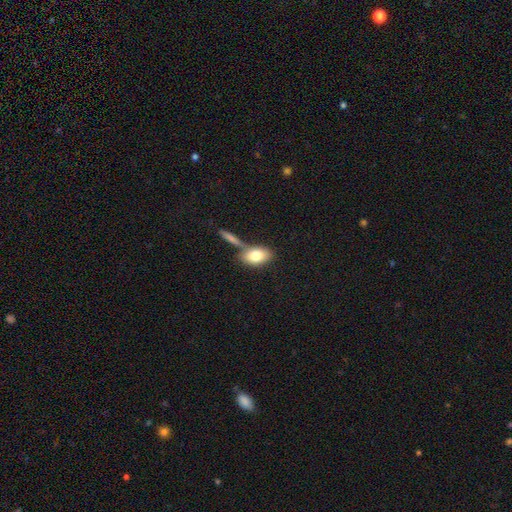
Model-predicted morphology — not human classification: A smooth galaxy with no disk features (79%) that is in between round and cigar-shaped (87%). Merging: none (51%).